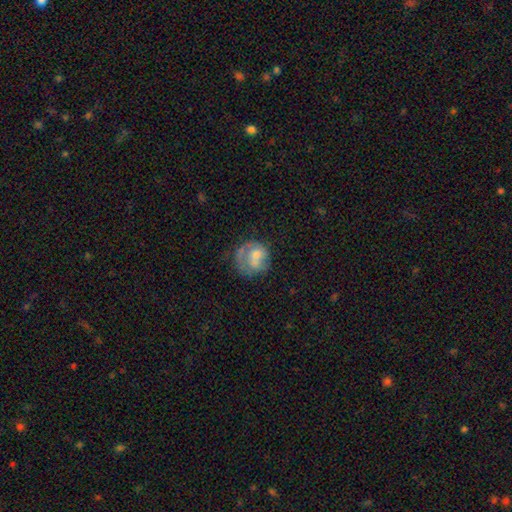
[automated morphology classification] This appears to be a featured or disk galaxy (48%). Merging: none (44%).